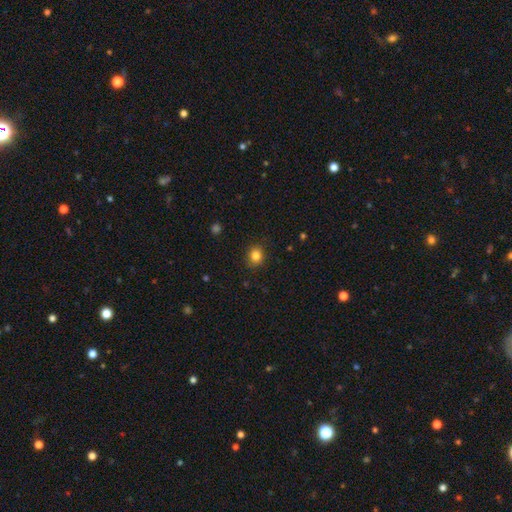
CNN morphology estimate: Overall: smooth (84%). How rounded: round (73%). Merging: none (88%).